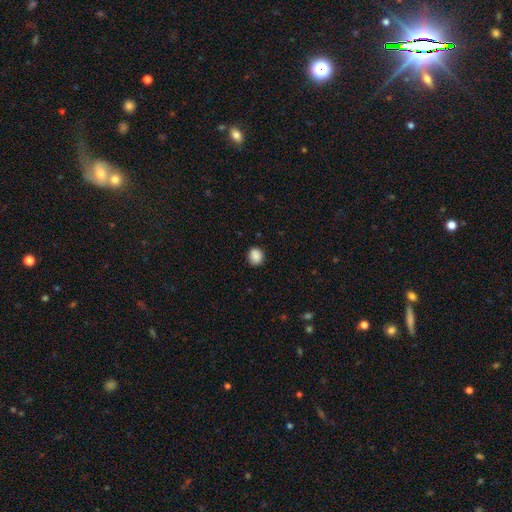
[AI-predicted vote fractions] Smooth or featured? smooth (88%)
How rounded? round (81%)
Merging? none (87%)